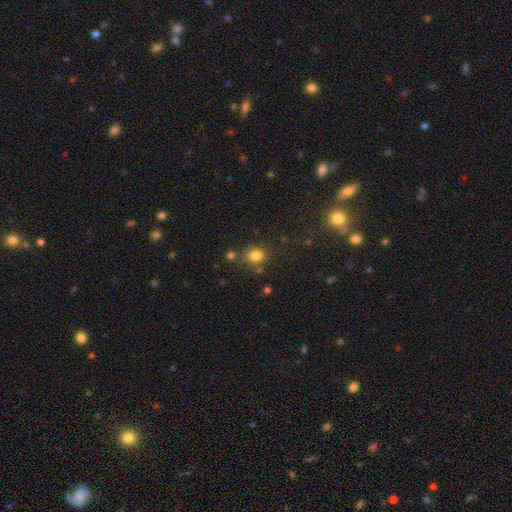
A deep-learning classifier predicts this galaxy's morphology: type=smooth (81%); roundness=round (76%); merging=none (76%).